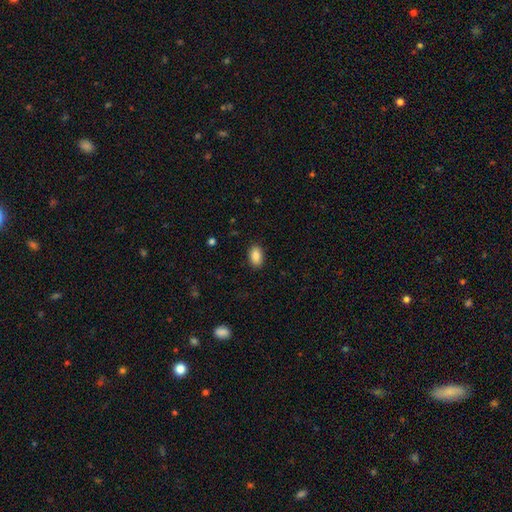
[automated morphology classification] A smooth galaxy with no disk features (87%) that is in between round and cigar-shaped (91%).

Vote fractions:
- Smooth or featured? smooth: 87% / star or artifact: 8% / featured or disk: 5%
- How rounded? in between: 91% / round: 7% / cigar-shaped: 2%
- Merging? none: 89% / minor disturbance: 8% / major disturbance: 2% / merger: 1%